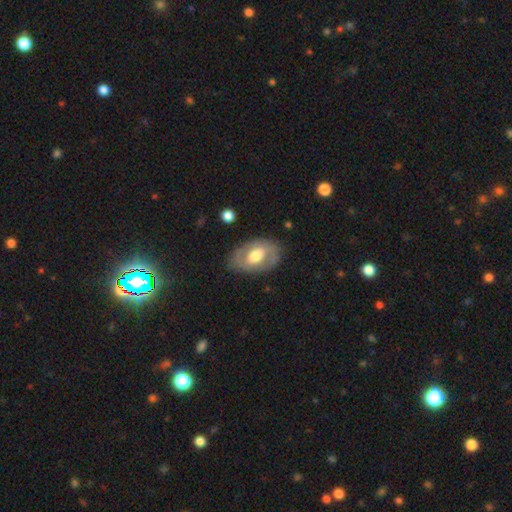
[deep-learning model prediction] This is possibly a featured or disk galaxy (58%). It is clearly not viewed edge-on (93%). Bar: possibly no (46%). Spiral arm pattern: possibly yes (52%). Central bulge: possibly moderate (59%). Merging: likely none (76%).